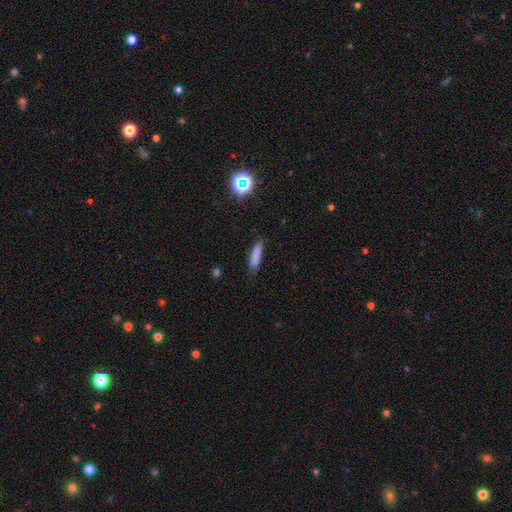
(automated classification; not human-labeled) Smooth or featured?
  - smooth: 82% *
  - star or artifact: 10%
  - featured or disk: 8%
How rounded?
  - cigar-shaped: 75% *
  - in between: 24%
  - round: 2%
Merging?
  - none: 80% *
  - minor disturbance: 15%
  - major disturbance: 3%
  - merger: 2%